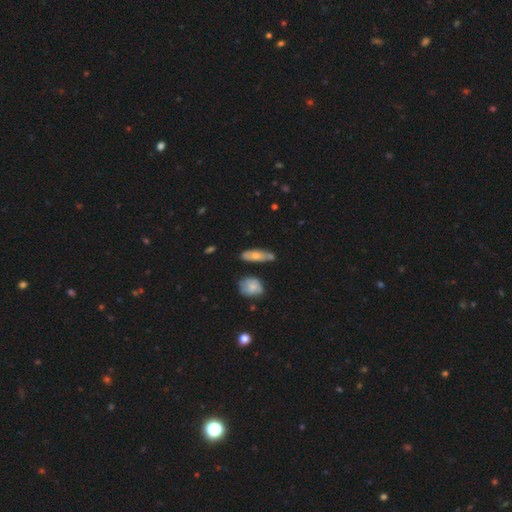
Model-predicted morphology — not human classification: The model was most divided on "how rounded": in between: 58%, cigar-shaped: 38%, round: 4%. More confident: smooth or featured — smooth (62%); merging — none (61%).